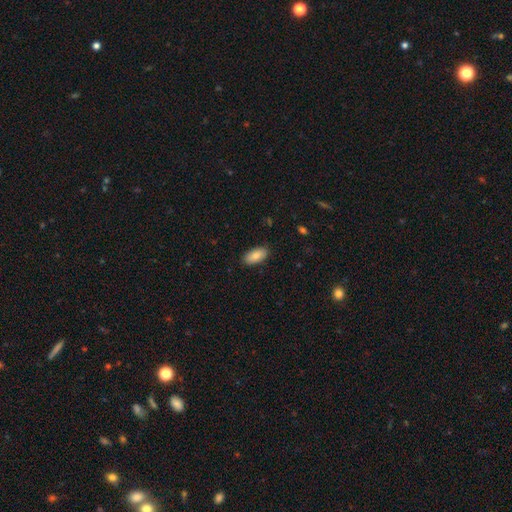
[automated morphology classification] type=smooth (84%); roundness=in between (93%); merging=none (87%).